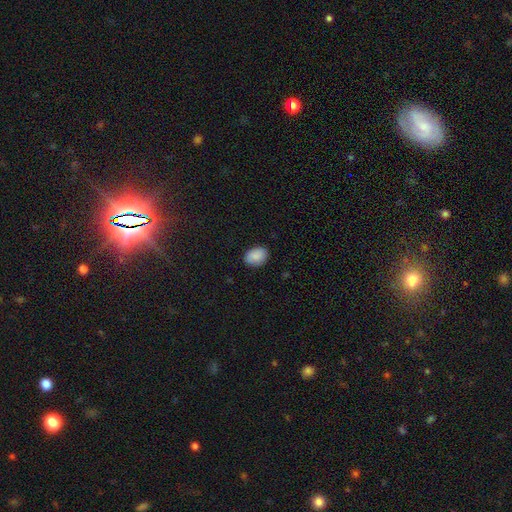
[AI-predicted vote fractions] Smooth or featured? Predicted: smooth (p=0.89). How rounded? Predicted: in between (p=0.78). Merging? Predicted: none (p=0.85).